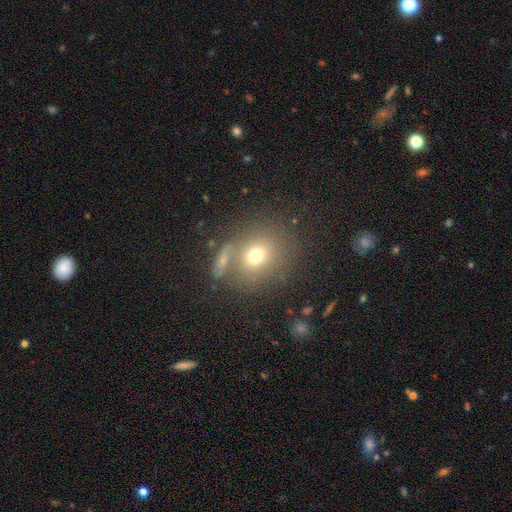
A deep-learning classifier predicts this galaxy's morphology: Smooth or featured?
  - smooth: 69% *
  - featured or disk: 16%
  - star or artifact: 14%
How rounded?
  - round: 66% *
  - in between: 33%
  - cigar-shaped: 1%
Merging?
  - none: 63% *
  - merger: 18%
  - minor disturbance: 13%
  - major disturbance: 7%